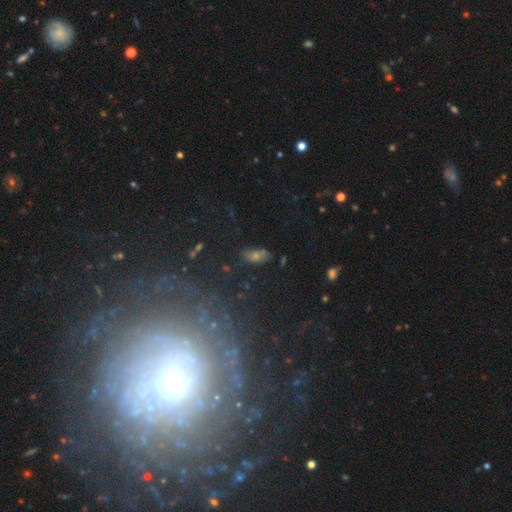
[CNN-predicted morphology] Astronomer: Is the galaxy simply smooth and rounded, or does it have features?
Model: smooth — 42% (runner-up: featured or disk, 32%).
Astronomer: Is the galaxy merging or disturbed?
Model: none — 72%.